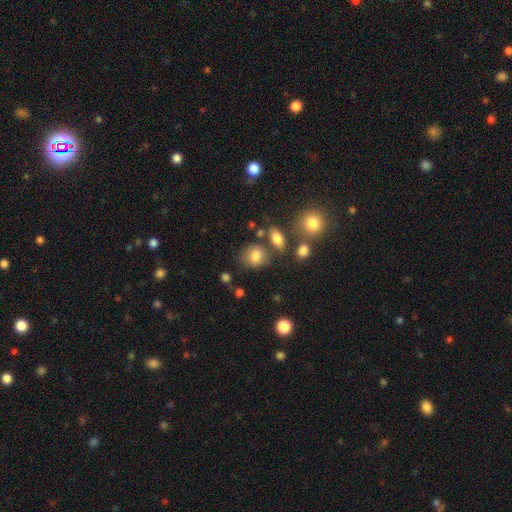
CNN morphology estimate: Smooth or featured: smooth — 81% (star or artifact — 11%)
How rounded: round — 61% (in between — 37%)
Merging: none — 67% (minor disturbance — 16%)